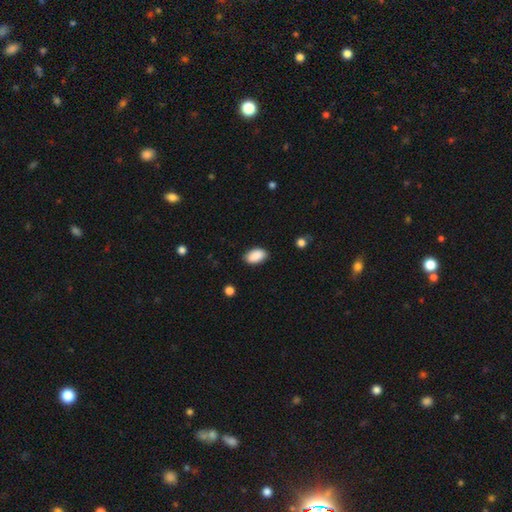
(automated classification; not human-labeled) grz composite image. It shows a smooth galaxy with no disk features (90%) that is in between round and cigar-shaped (94%). Merging: none (87%).